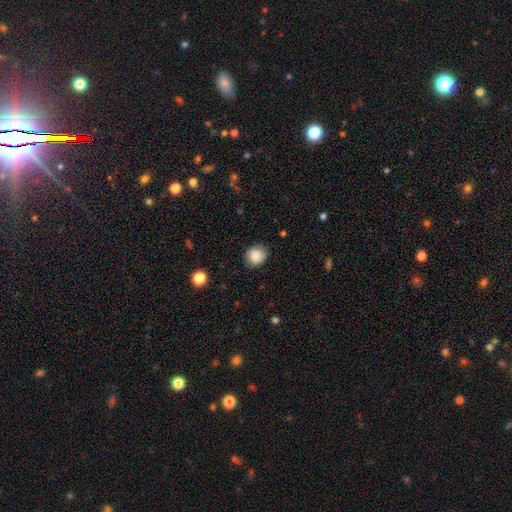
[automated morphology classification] The model was most divided on "how rounded": round: 78%, in between: 21%, cigar-shaped: 1%. More confident: merging — none (85%); smooth or featured — smooth (85%).